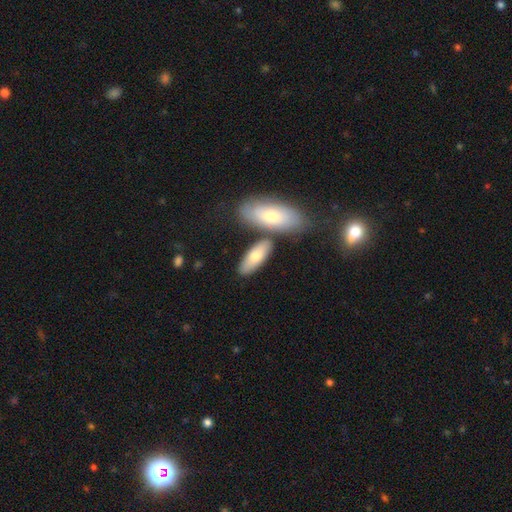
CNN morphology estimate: Smooth or featured? Predicted: smooth (p=0.68). How rounded? Predicted: in between (p=0.75). Merging? Predicted: none (p=0.63).